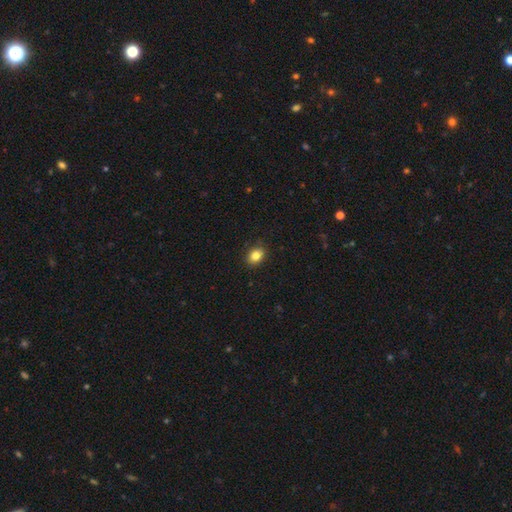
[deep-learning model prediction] Q: Smooth or featured?
A: smooth (84%); runner-up: star or artifact (10%)
Q: How rounded?
A: in between (58%); runner-up: round (41%)
Q: Merging?
A: none (89%); runner-up: minor disturbance (8%)